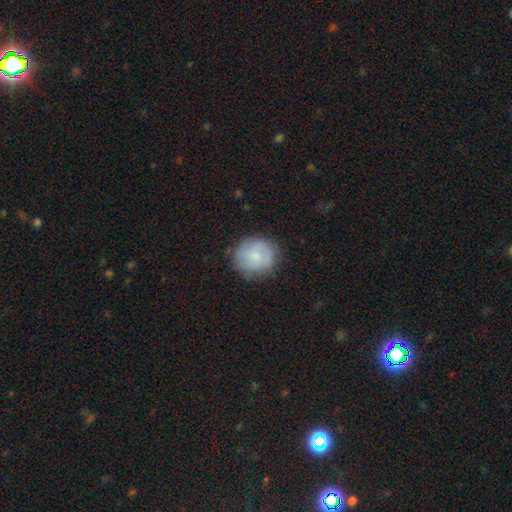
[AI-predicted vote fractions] This is likely a smooth galaxy (65%). How rounded: clearly round (86%). Merging: likely none (78%).